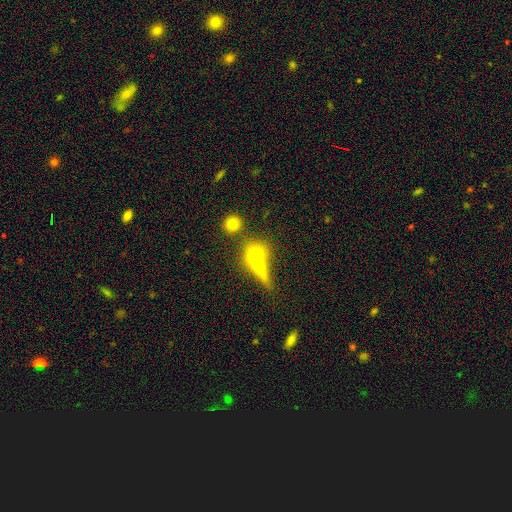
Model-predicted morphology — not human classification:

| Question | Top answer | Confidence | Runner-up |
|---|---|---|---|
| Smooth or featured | smooth | 63% | featured or disk (25%) |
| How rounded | round | 60% | in between (29%) |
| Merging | merger | 62% | none (26%) |